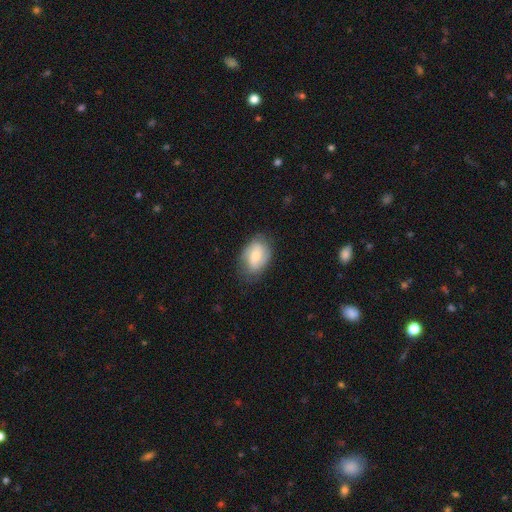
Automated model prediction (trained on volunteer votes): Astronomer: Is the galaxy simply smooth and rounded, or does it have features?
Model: smooth — 50% (runner-up: featured or disk, 43%).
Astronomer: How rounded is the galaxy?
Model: in between — 83%.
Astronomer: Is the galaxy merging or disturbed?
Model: none — 73%.